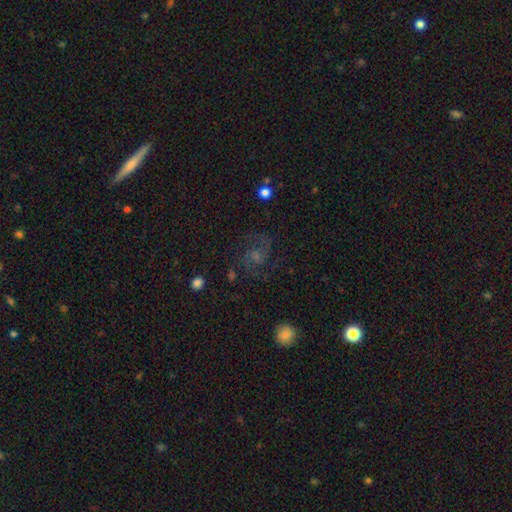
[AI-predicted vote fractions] A featured or disk galaxy (70%) with no bar (56%), 2 (82%) medium (58%) spiral arms (95%) and a small central bulge (39%, tied with moderate). Merging: none (77%).